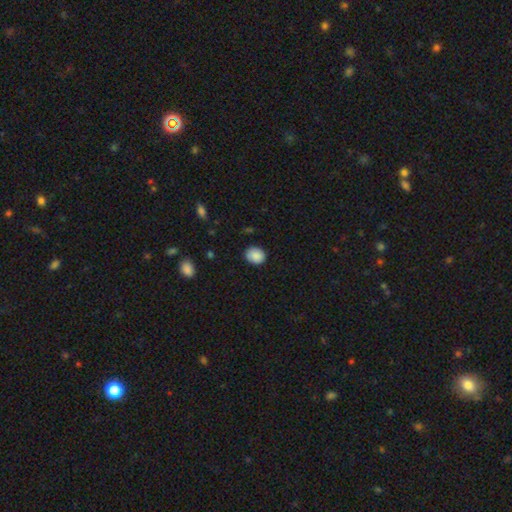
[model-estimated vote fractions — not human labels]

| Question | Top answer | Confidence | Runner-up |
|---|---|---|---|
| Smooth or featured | smooth | 87% | star or artifact (8%) |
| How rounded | round | 59% | in between (40%) |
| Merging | none | 83% | minor disturbance (14%) |